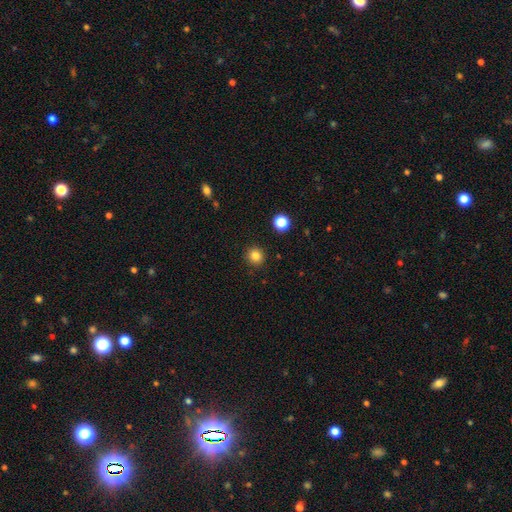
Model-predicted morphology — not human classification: smooth_or_featured: smooth (p=0.83) [alt: star or artifact p=0.12]
how_rounded: round (p=0.93) [alt: in between p=0.06]
merging: none (p=0.91) [alt: minor disturbance p=0.06]